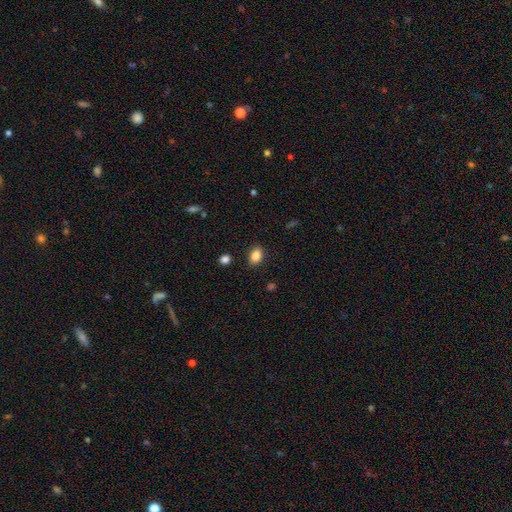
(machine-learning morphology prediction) Smooth or featured: smooth — 85% (star or artifact — 9%)
How rounded: in between — 78% (round — 20%)
Merging: none — 87% (minor disturbance — 9%)